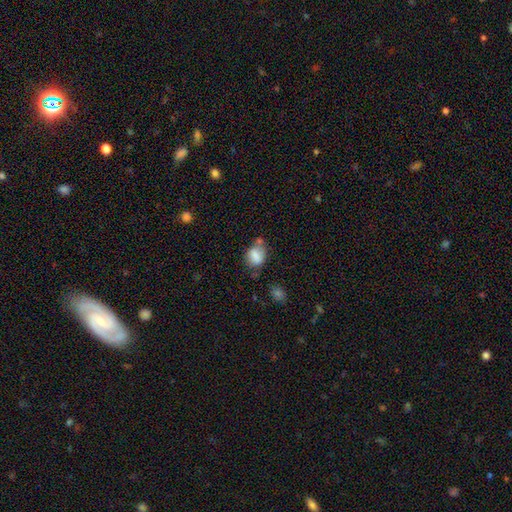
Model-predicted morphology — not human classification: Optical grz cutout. It shows a smooth galaxy with no disk features (78%) that is in between round and cigar-shaped (59%). Merging: none (50%).